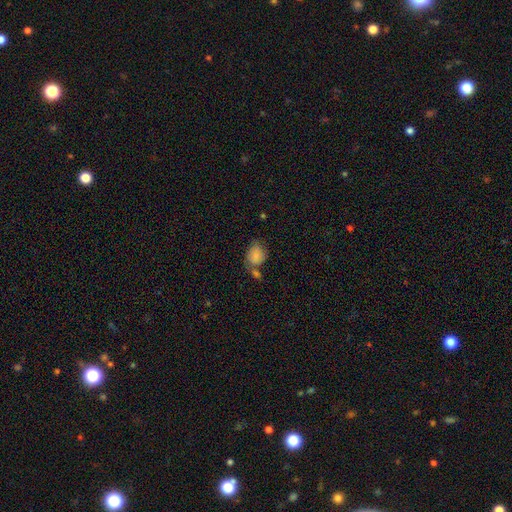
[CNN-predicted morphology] Overall: smooth (82%). How rounded: in between (64%; round 35%). Merging: none (41%; merger 28%).